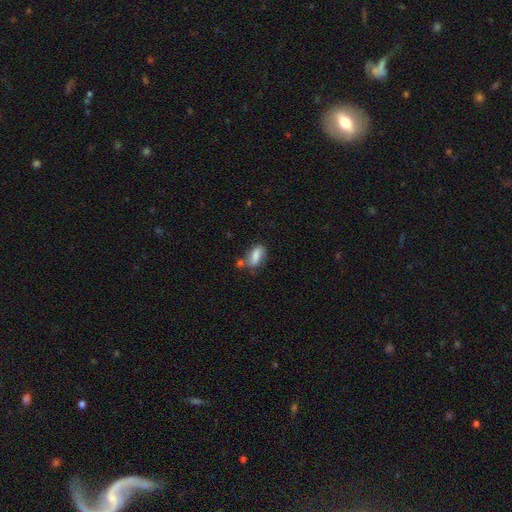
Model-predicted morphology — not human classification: The model was most divided on "merging": none: 47%, minor disturbance: 25%, merger: 19%, major disturbance: 9%. More confident: how rounded — in between (80%); smooth or featured — smooth (74%).